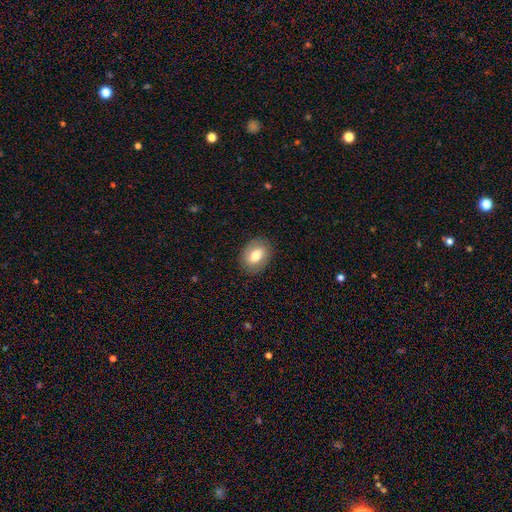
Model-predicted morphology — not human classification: Smooth or featured? Predicted: smooth (p=0.72). How rounded? Predicted: in between (p=0.71). Merging? Predicted: none (p=0.86).